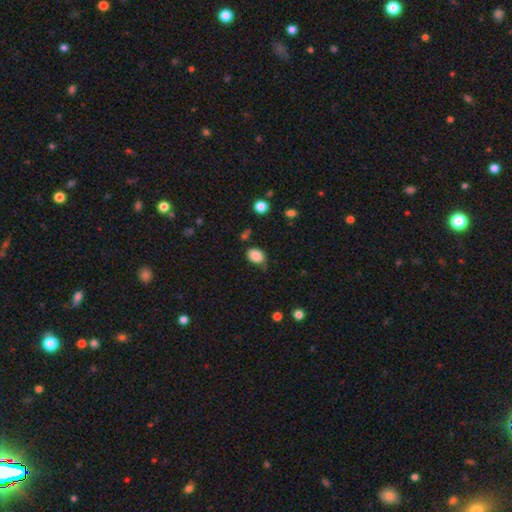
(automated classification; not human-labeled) smooth_or_featured: smooth (p=0.86) [alt: star or artifact p=0.09]
how_rounded: in between (p=0.71) [alt: round p=0.28]
merging: none (p=0.62) [alt: minor disturbance p=0.27]